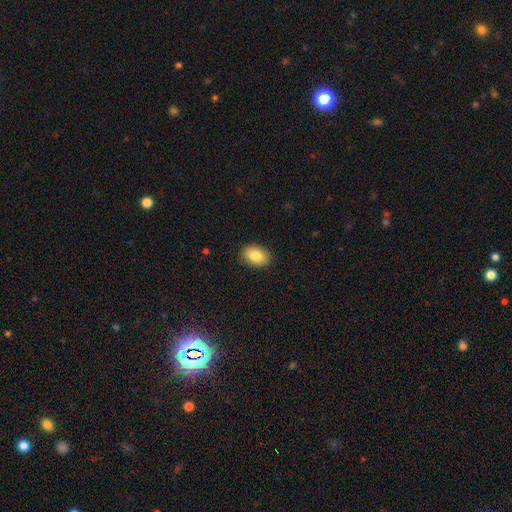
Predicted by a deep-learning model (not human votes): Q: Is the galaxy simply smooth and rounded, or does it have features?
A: smooth — 83%.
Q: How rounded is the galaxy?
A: in between — 82%.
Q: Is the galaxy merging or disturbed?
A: none — 88%.